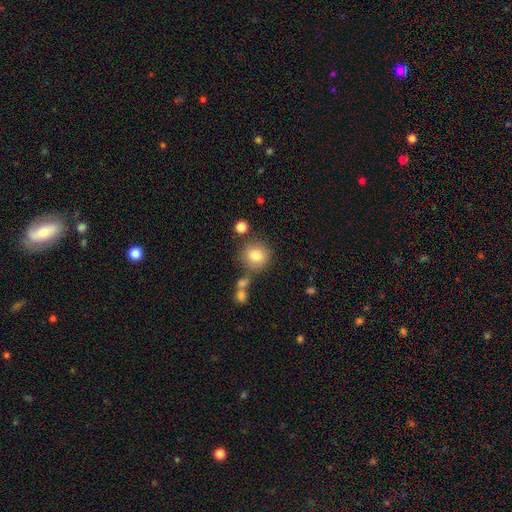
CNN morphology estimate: Smooth or featured? smooth (80%)
How rounded? round (88%)
Merging? none (73%)